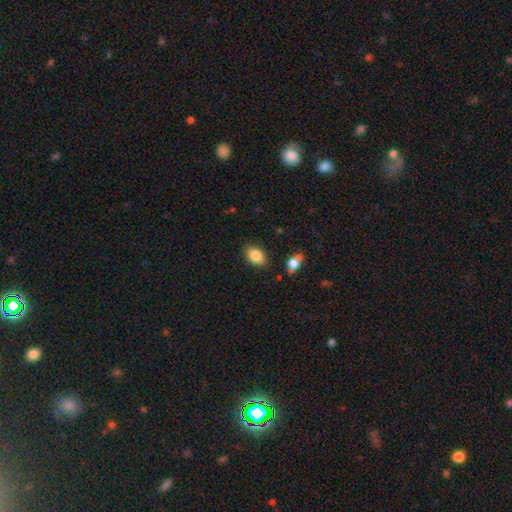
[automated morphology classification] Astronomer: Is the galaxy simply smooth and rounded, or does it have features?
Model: smooth — 86%.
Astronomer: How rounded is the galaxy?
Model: in between — 87%.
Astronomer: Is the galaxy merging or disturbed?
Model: none — 84%.